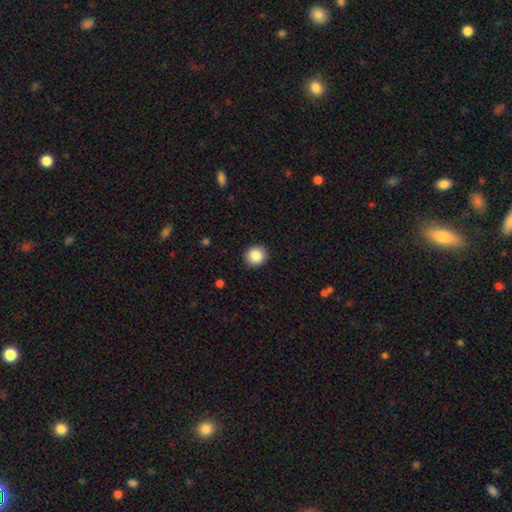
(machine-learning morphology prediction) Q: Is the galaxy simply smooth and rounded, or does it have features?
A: smooth — 87%.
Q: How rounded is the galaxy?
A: round — 89%.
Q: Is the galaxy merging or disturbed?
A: none — 92%.